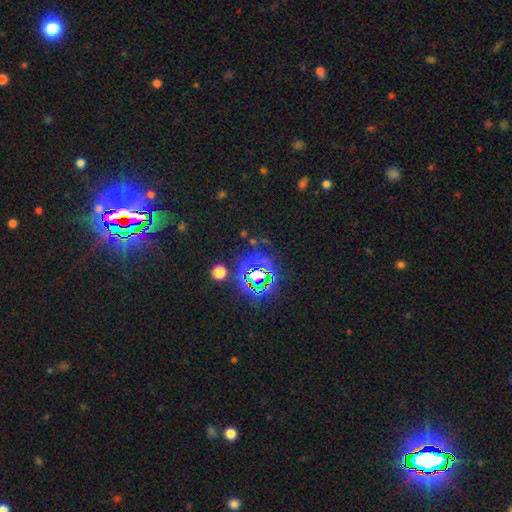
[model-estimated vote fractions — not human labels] Overall: star or artifact (82%).